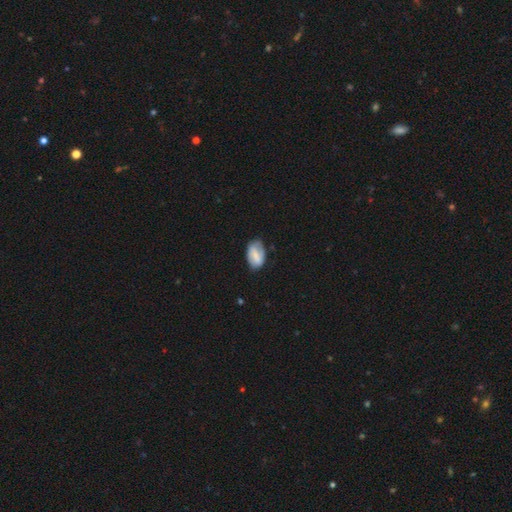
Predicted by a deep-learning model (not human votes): Smooth or featured: smooth — 65% (featured or disk — 27%)
How rounded: in between — 91% (round — 6%)
Merging: none — 65% (minor disturbance — 27%)